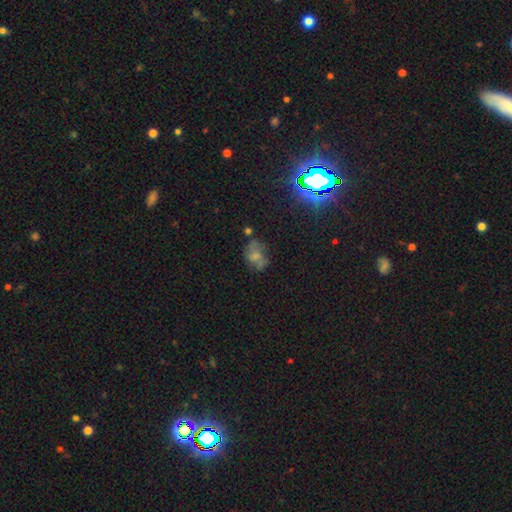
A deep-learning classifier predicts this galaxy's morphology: Smooth or featured? Predicted: smooth (p=0.50). Merging? Predicted: none (p=0.43).